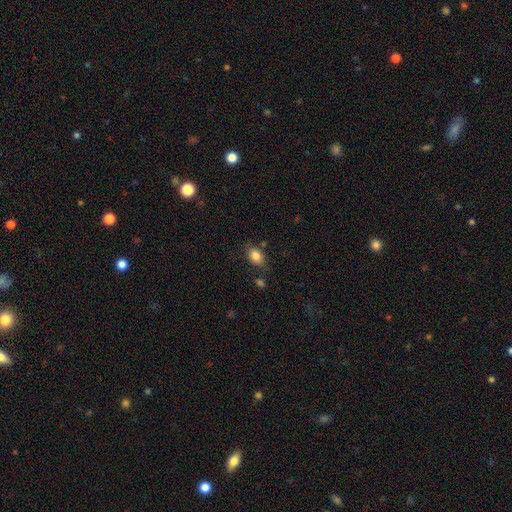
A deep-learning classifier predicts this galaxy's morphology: Smooth or featured?
  - smooth: 84% *
  - star or artifact: 9%
  - featured or disk: 7%
How rounded?
  - in between: 72% *
  - round: 27%
  - cigar-shaped: 1%
Merging?
  - none: 73% *
  - minor disturbance: 17%
  - merger: 5%
  - major disturbance: 5%